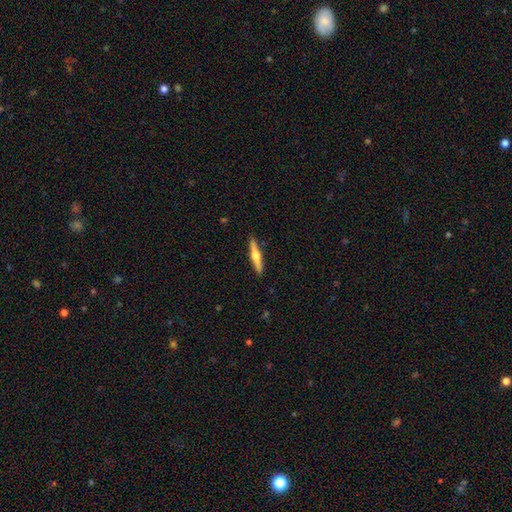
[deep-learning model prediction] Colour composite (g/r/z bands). It shows a featured or disk galaxy (64%) viewed edge-on (98%) with a rounded central bulge (94%). Merging: none (91%).